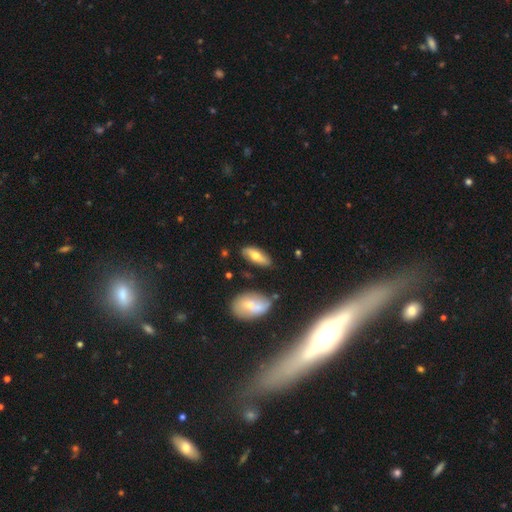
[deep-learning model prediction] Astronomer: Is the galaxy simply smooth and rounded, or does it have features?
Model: smooth — 58% (runner-up: featured or disk, 35%).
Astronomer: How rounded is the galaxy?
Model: in between — 71%.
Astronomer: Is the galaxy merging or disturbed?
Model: none — 79%.